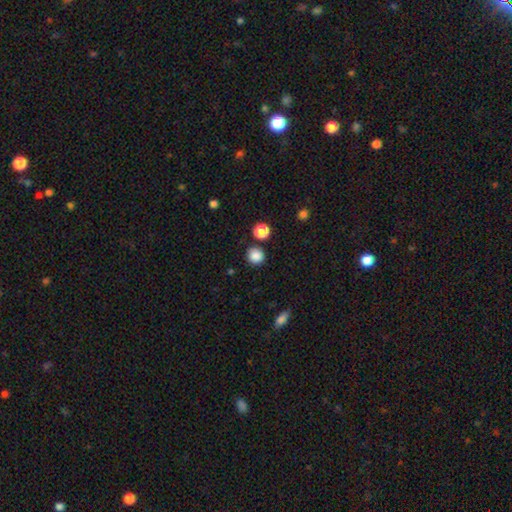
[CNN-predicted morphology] Smooth or featured?
  - smooth: 86% *
  - star or artifact: 10%
  - featured or disk: 4%
How rounded?
  - round: 88% *
  - in between: 11%
  - cigar-shaped: 1%
Merging?
  - none: 85% *
  - minor disturbance: 8%
  - merger: 5%
  - major disturbance: 3%